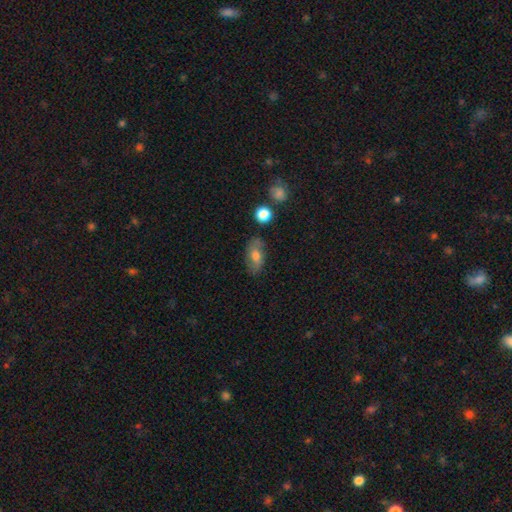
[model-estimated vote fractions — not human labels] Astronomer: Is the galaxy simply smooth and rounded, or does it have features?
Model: smooth — 64%.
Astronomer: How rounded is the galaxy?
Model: in between — 88%.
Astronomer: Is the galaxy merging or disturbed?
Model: none — 74%.